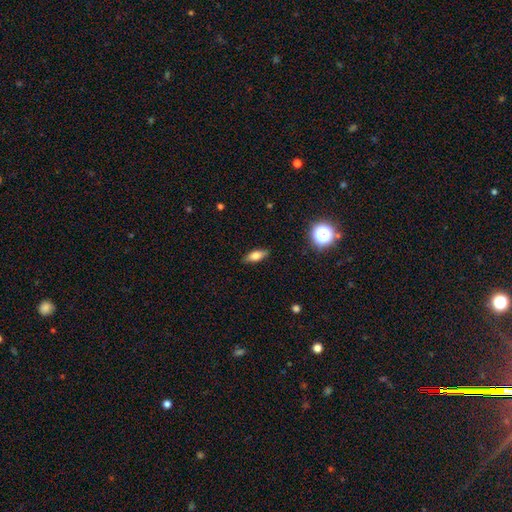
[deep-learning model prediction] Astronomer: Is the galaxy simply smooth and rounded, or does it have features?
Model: smooth — 68%.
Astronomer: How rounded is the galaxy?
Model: in between — 68%.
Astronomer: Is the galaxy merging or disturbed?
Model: none — 88%.